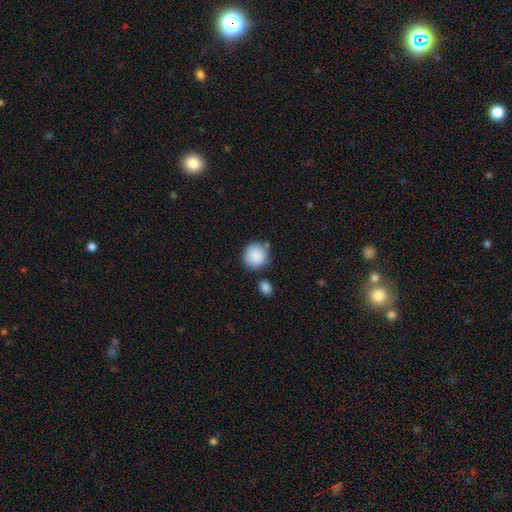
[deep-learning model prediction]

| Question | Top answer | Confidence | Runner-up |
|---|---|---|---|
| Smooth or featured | smooth | 89% | star or artifact (8%) |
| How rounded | round | 91% | in between (8%) |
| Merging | none | 76% | minor disturbance (13%) |